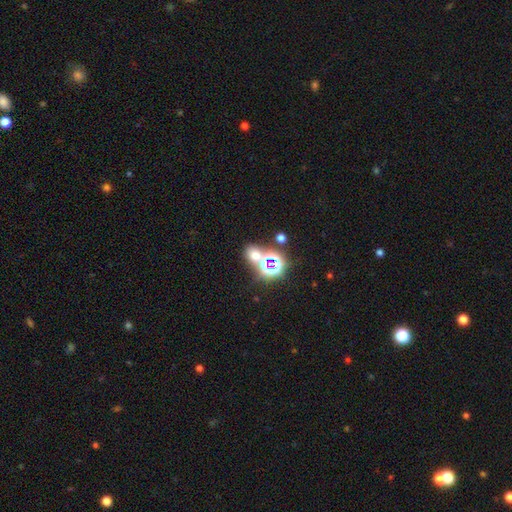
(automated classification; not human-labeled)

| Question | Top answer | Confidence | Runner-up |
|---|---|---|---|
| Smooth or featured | smooth | 49% | star or artifact (41%) |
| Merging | none | 58% | merger (27%) |